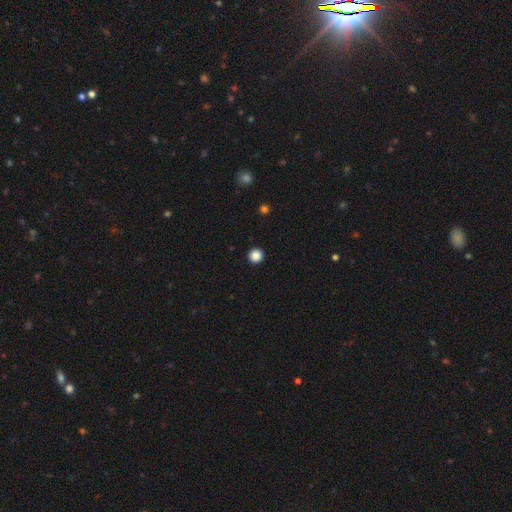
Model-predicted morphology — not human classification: Overall: smooth (87%). How rounded: round (96%). Merging: none (94%).